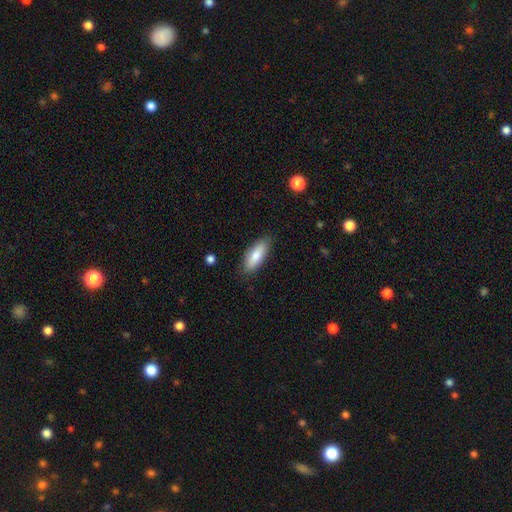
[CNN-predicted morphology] A smooth galaxy with no disk features (79%) that is in between round and cigar-shaped (70%). Merging: none (85%).